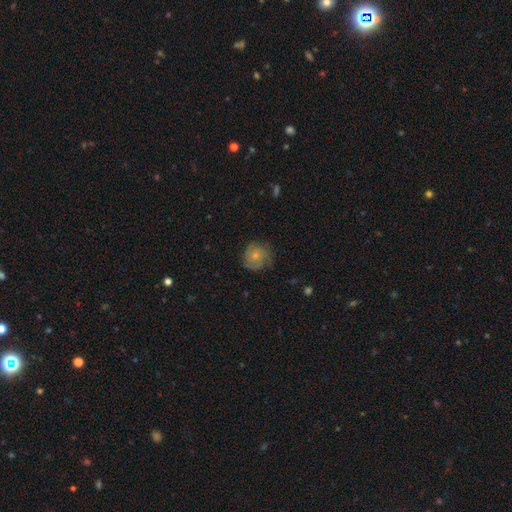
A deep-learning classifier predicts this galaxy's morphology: smooth_or_featured: featured or disk (p=0.63) [alt: smooth p=0.29]
disk_edge_on: no (p=0.98) [alt: yes p=0.02]
bar: no (p=0.80) [alt: weak p=0.17]
has_spiral_arms: yes (p=0.91) [alt: no p=0.09]
spiral_winding: tight (p=0.60) [alt: medium p=0.32]
spiral_arm_count: 2 (p=0.32) [alt: 3 p=0.28]
bulge_size: small (p=0.65) [alt: moderate p=0.27]
merging: none (p=0.72) [alt: minor disturbance p=0.19]